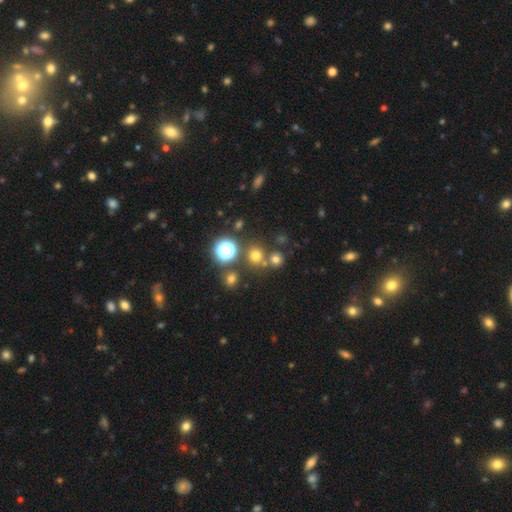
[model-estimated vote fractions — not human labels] Smooth or featured: smooth — 66% (star or artifact — 26%)
How rounded: round — 89% (in between — 10%)
Merging: none — 72% (merger — 17%)